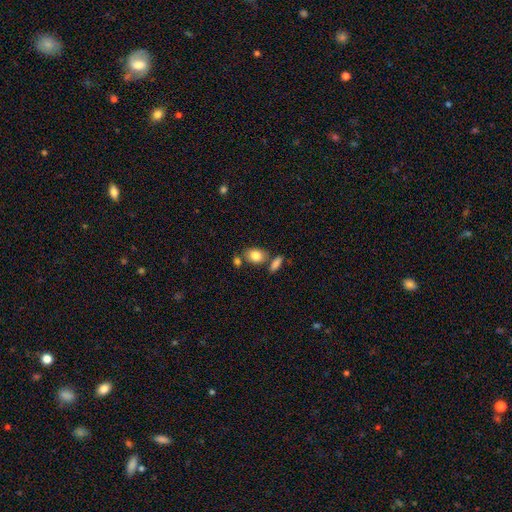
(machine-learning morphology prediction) A smooth galaxy with no disk features (84%) that is in between round and cigar-shaped (67%).

Vote fractions:
- Smooth or featured? smooth: 84% / star or artifact: 8% / featured or disk: 8%
- How rounded? in between: 67% / round: 31% / cigar-shaped: 2%
- Merging? none: 65% / merger: 19% / minor disturbance: 13% / major disturbance: 4%